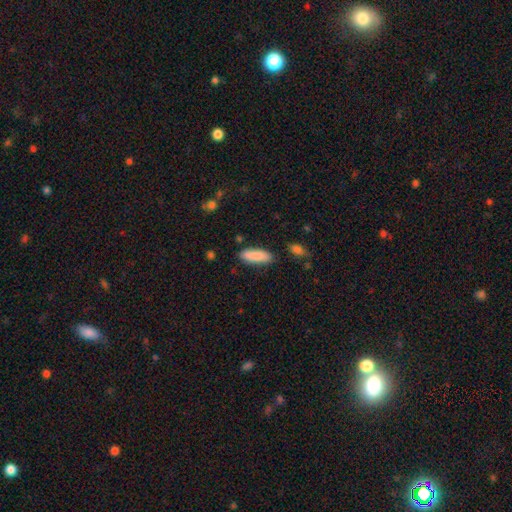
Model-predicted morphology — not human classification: Smooth or featured?
  - smooth: 87% *
  - featured or disk: 7%
  - star or artifact: 6%
How rounded?
  - in between: 56% *
  - cigar-shaped: 42%
  - round: 2%
Merging?
  - none: 84% *
  - minor disturbance: 11%
  - merger: 2%
  - major disturbance: 2%